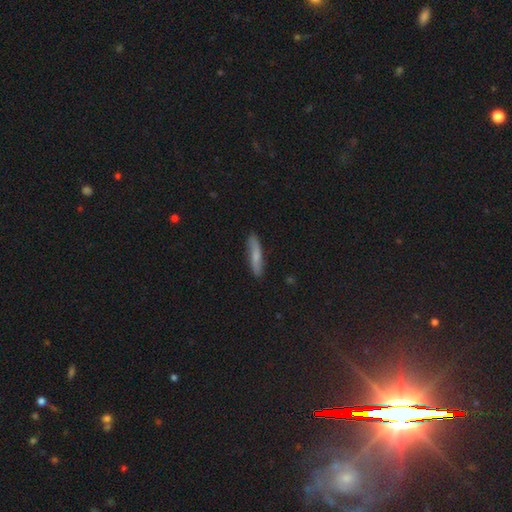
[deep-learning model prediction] A smooth galaxy with no disk features (65%) that is cigar-shaped (82%). Merging: none (83%).